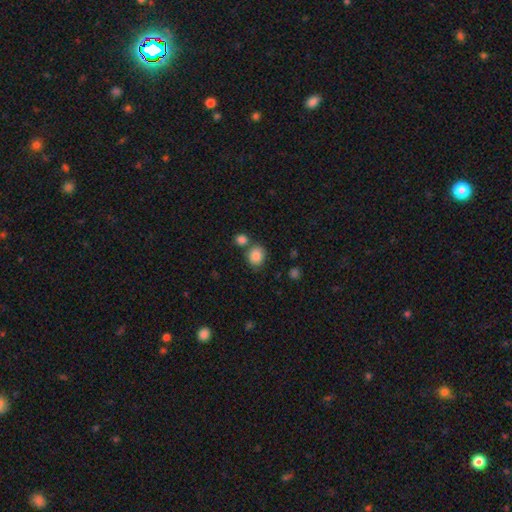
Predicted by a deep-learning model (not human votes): A smooth galaxy with no disk features (87%) that is round (67%). Merging: none (63%).